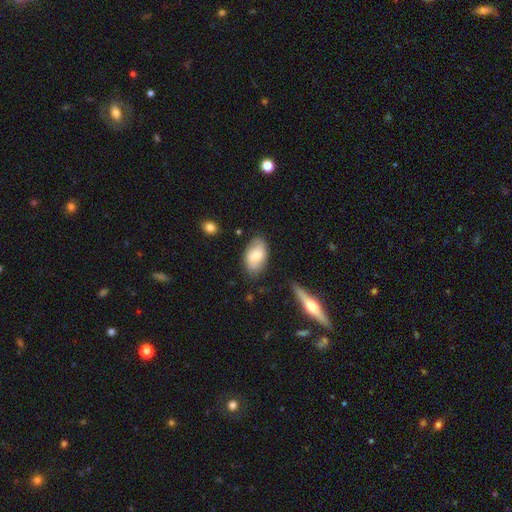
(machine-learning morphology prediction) Smooth or featured? smooth (71%)
How rounded? in between (93%)
Merging? none (75%)